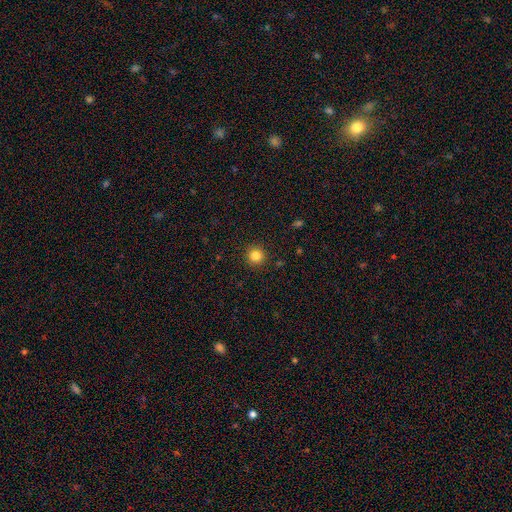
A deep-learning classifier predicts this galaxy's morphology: type=smooth (83%); roundness=round (95%); merging=none (92%).